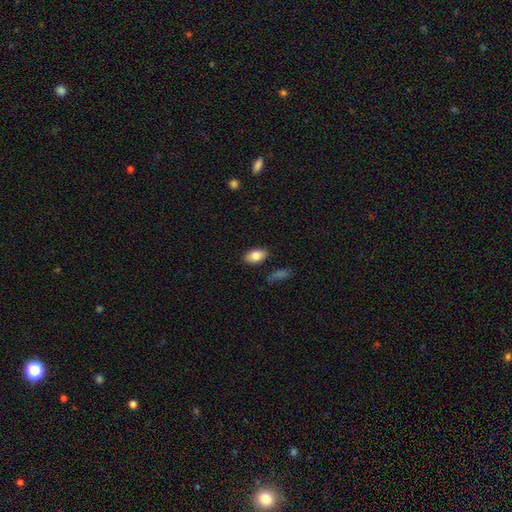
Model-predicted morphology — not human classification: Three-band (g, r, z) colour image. It shows a smooth galaxy with no disk features (82%) that is in between round and cigar-shaped (91%). Merging: none (85%).